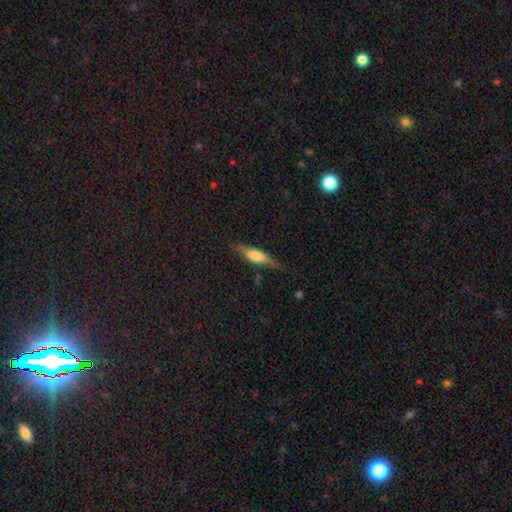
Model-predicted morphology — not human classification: Smooth or featured?
  - featured or disk: 48% *
  - smooth: 45%
  - star or artifact: 7%
Merging?
  - none: 81% *
  - minor disturbance: 15%
  - major disturbance: 3%
  - merger: 1%